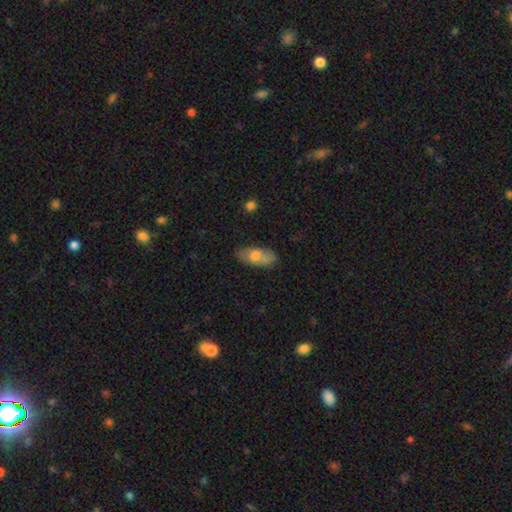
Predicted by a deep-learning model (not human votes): Q: Smooth or featured?
A: smooth (64%); runner-up: featured or disk (29%)
Q: How rounded?
A: in between (88%); runner-up: cigar-shaped (8%)
Q: Merging?
A: none (63%); runner-up: minor disturbance (22%)